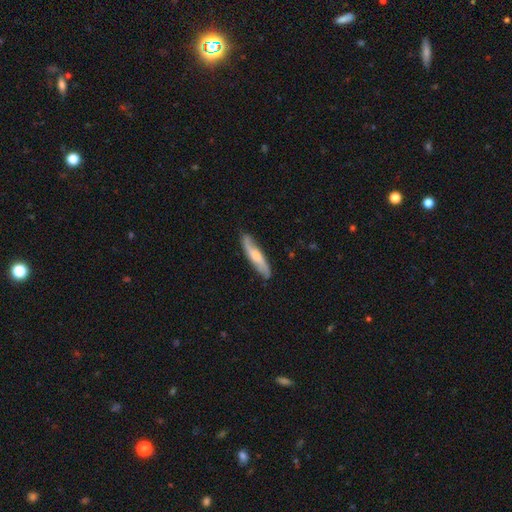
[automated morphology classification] Smooth or featured? Predicted: featured or disk (p=0.52). Edge-on disk? Predicted: no (p=0.58). Merging? Predicted: none (p=0.81).